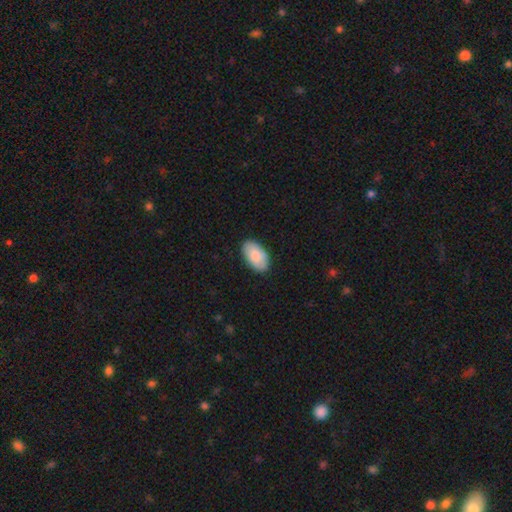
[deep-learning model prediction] smooth 83%, featured or disk 11%, star or artifact 5%. Down the decision tree: how rounded — in between (95%); merging — none (88%).